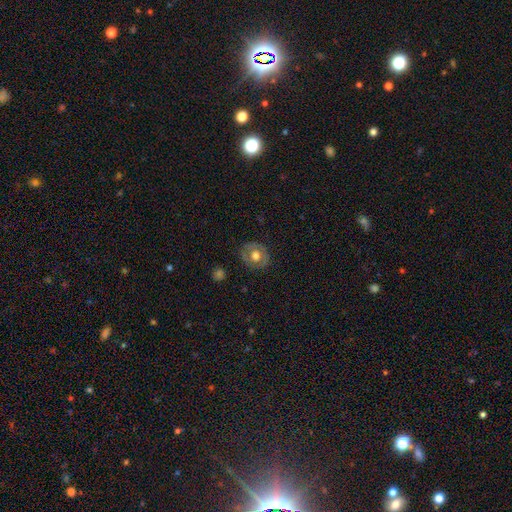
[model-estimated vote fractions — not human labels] A smooth galaxy with no disk features (50%). Merging: none (80%).